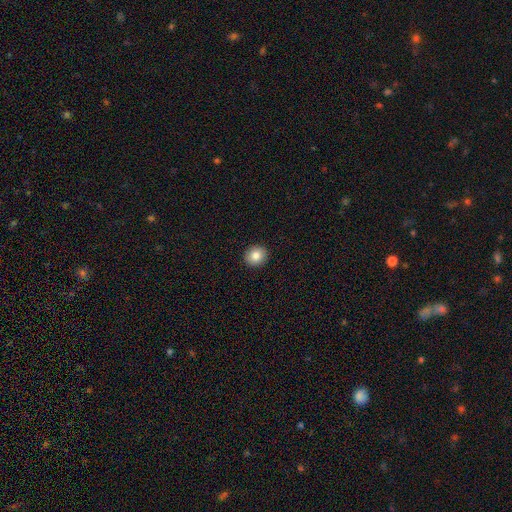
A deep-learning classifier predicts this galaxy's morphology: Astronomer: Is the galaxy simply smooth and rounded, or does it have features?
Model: smooth — 84%.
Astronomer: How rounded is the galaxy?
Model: round — 88%.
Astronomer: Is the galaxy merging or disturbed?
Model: none — 93%.